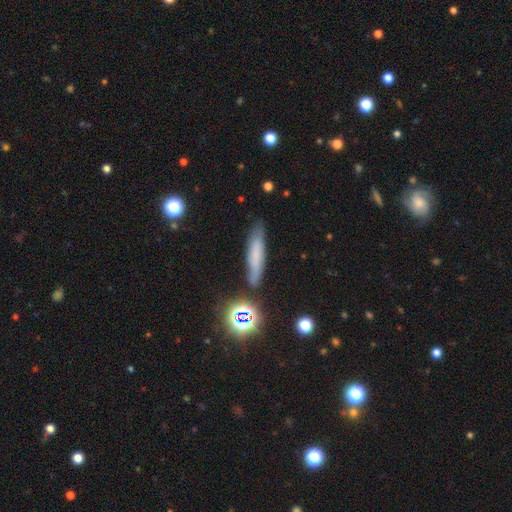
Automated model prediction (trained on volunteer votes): This is likely a smooth galaxy (61%). How rounded: clearly cigar-shaped (81%). Merging: likely none (78%).